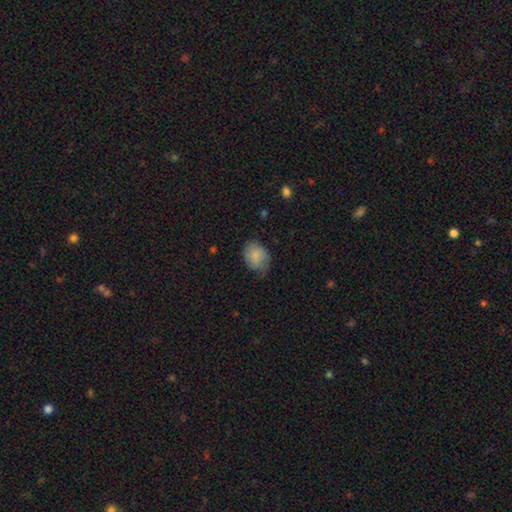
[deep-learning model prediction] Smooth or featured? Predicted: smooth (p=0.81). How rounded? Predicted: in between (p=0.61). Merging? Predicted: none (p=0.58).